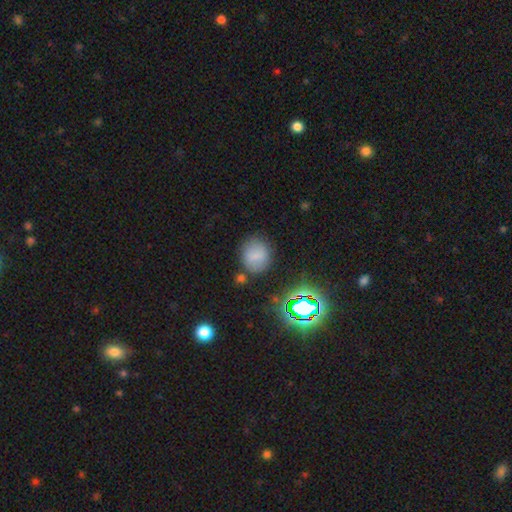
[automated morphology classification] The model was most divided on "smooth or featured": smooth: 73%, star or artifact: 16%, featured or disk: 11%. More confident: how rounded — round (82%); merging — none (77%).